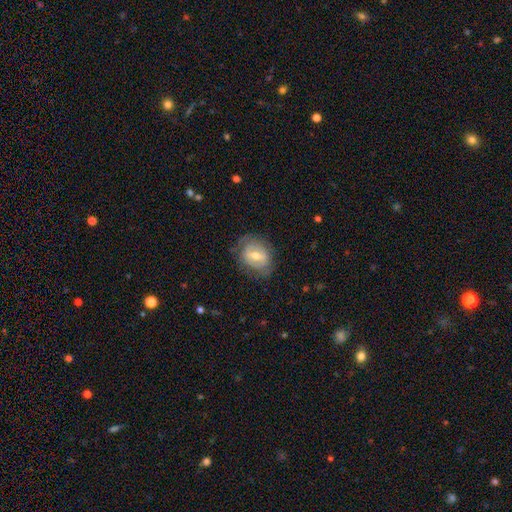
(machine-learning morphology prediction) A featured or disk galaxy (56%) with a weak bar (46%), no spiral arms (59%) and a moderate central bulge (68%). Merging: none (69%).